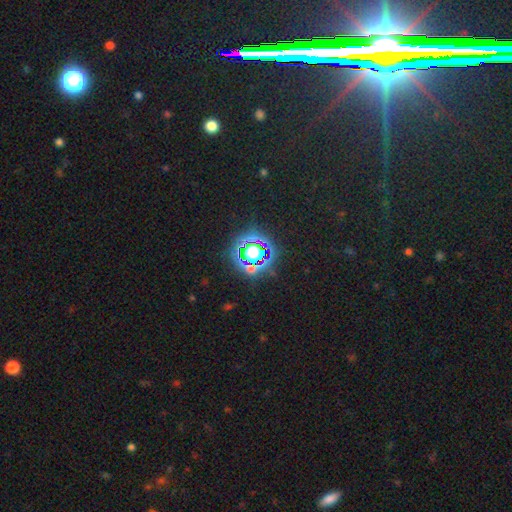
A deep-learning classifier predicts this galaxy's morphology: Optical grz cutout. It shows a star or artifact, not a galaxy (67%).